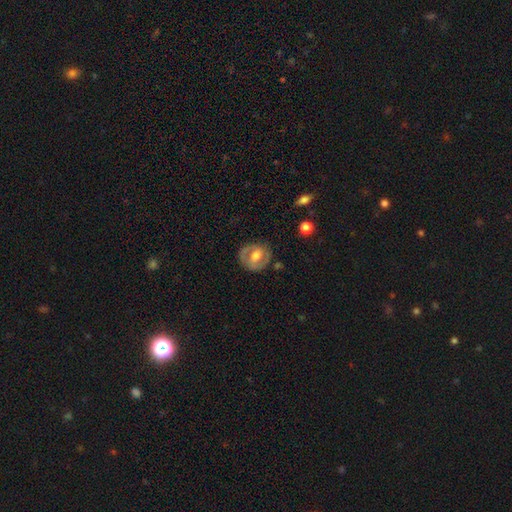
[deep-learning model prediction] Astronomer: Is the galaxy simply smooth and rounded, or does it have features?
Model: featured or disk — 63%.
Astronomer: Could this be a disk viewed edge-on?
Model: no — 96%.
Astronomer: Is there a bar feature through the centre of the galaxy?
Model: weak — 43% (runner-up: no, 38%).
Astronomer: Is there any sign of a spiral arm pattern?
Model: yes — 64%.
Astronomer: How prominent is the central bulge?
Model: moderate — 70%.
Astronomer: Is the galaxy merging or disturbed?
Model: none — 77%.